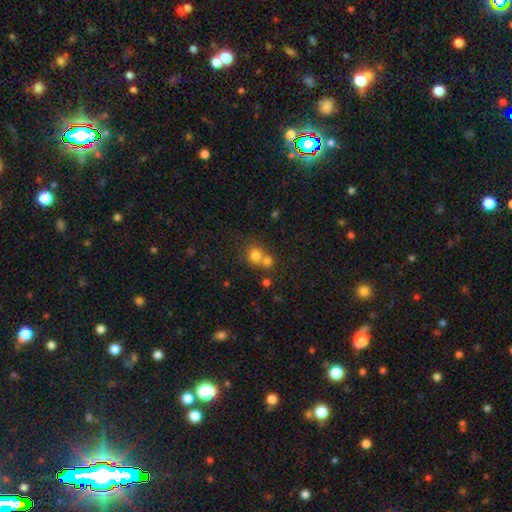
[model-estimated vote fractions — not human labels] smooth-or-featured: smooth: 76% | star or artifact: 14% | featured or disk: 10%
  how-rounded: round: 84% | in between: 15% | cigar-shaped: 1%
  merging: merger: 49% | none: 42% | minor disturbance: 6% | major disturbance: 3%